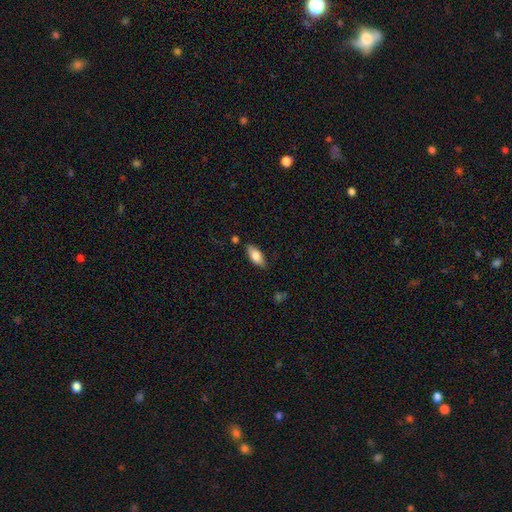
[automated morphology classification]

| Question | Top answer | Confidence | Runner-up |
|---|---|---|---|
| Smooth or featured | smooth | 74% | featured or disk (19%) |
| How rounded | in between | 84% | cigar-shaped (14%) |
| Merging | none | 80% | minor disturbance (14%) |